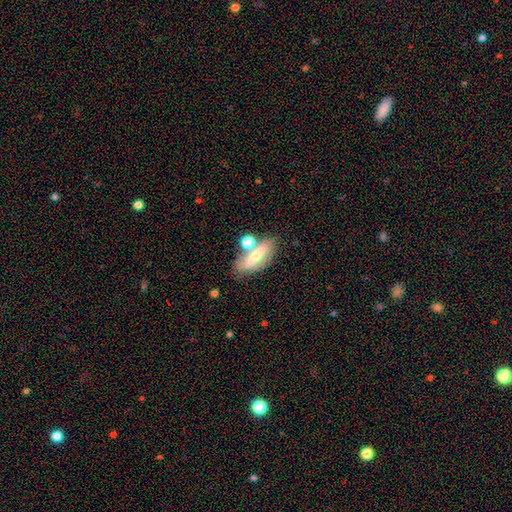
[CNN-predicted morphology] Smooth or featured? Predicted: featured or disk (p=0.47). Merging? Predicted: none (p=0.60).